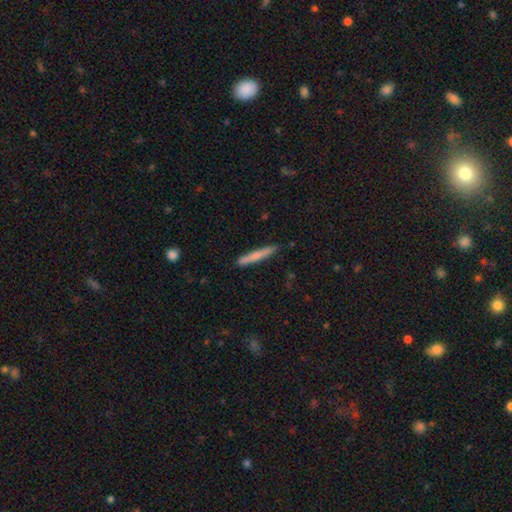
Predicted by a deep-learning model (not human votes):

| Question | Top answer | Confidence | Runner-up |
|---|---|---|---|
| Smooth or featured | smooth | 62% | featured or disk (32%) |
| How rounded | cigar-shaped | 95% | in between (3%) |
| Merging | none | 86% | minor disturbance (10%) |